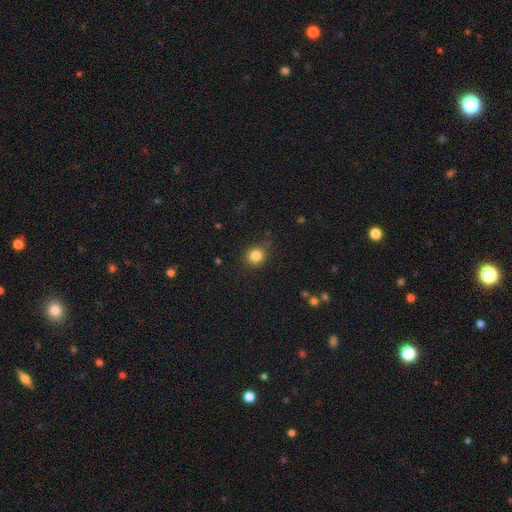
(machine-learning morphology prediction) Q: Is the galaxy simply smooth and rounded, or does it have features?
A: smooth — 83%.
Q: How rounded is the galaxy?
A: round — 88%.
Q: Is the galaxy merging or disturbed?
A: none — 83%.